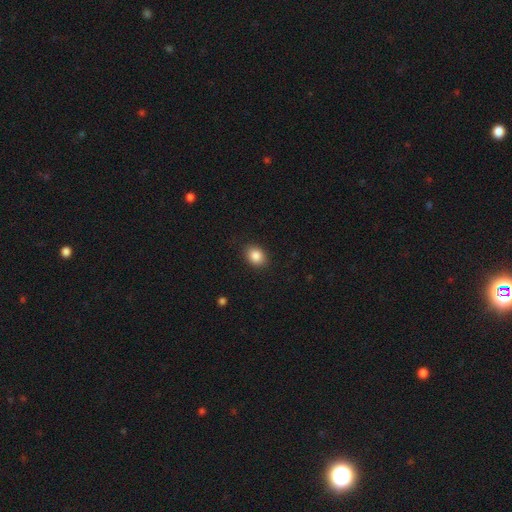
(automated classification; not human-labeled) smooth_or_featured: smooth (p=0.86) [alt: star or artifact p=0.09]
how_rounded: in between (p=0.61) [alt: round p=0.38]
merging: none (p=0.87) [alt: minor disturbance p=0.09]